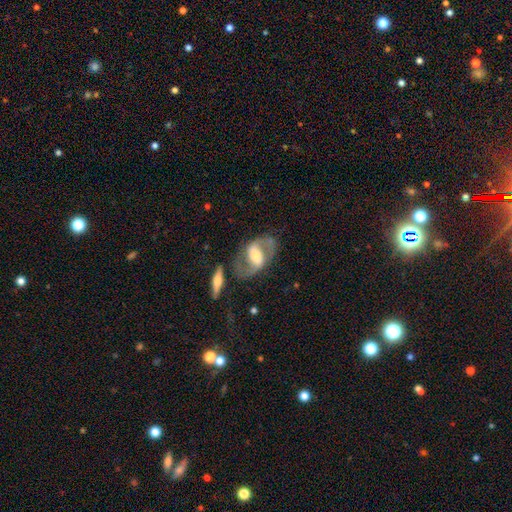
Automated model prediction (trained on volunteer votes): Overall: featured or disk (78%). Edge-on disk: no (93%). Bar: strong (50%; weak 33%). Spiral arms: yes (84%). Spiral arm count: 2 (88%). Spiral winding: medium (48%; loose 36%). Bulge size: moderate (51%; small 25%). Merging: none (65%).